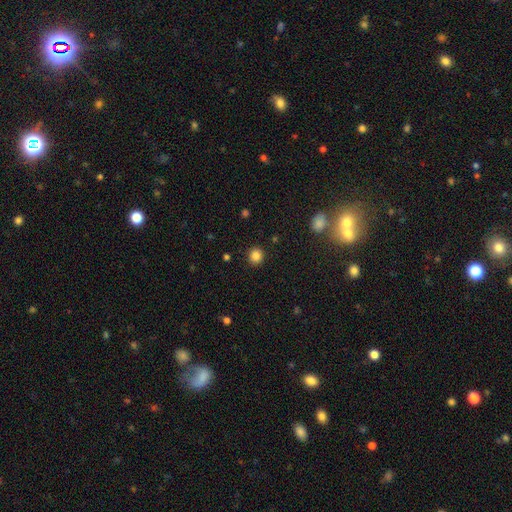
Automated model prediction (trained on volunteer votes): Q: Smooth or featured?
A: smooth (85%); runner-up: star or artifact (11%)
Q: How rounded?
A: round (89%); runner-up: in between (10%)
Q: Merging?
A: none (91%); runner-up: minor disturbance (6%)